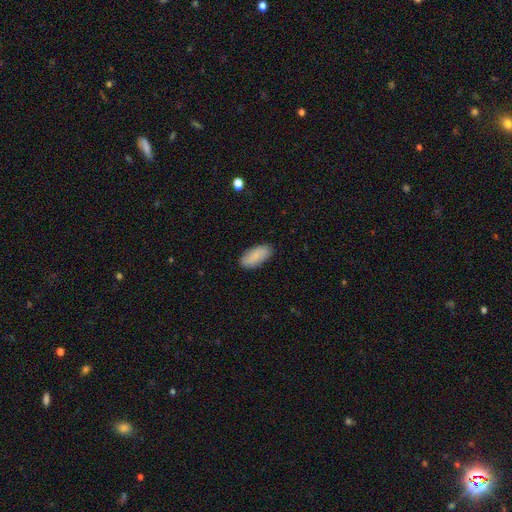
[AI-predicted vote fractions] Smooth or featured? Predicted: smooth (p=0.83). How rounded? Predicted: in between (p=0.90). Merging? Predicted: none (p=0.86).